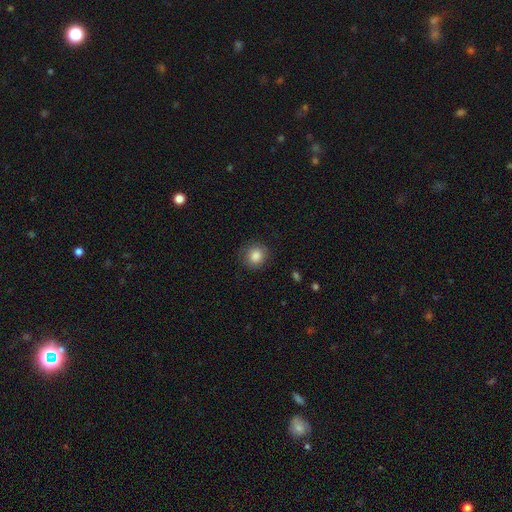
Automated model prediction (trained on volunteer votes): smooth-or-featured: smooth: 85% | star or artifact: 9% | featured or disk: 6%
  how-rounded: round: 83% | in between: 16% | cigar-shaped: 1%
  merging: none: 83% | minor disturbance: 12% | major disturbance: 4% | merger: 1%